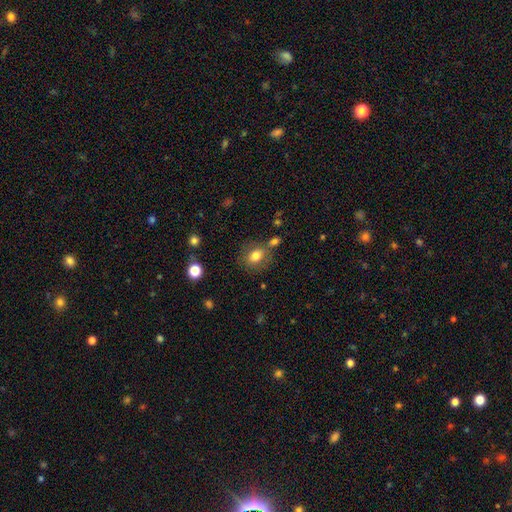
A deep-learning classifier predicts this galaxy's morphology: This is likely a smooth galaxy (78%). How rounded: possibly in between (55%). Merging: likely none (65%).